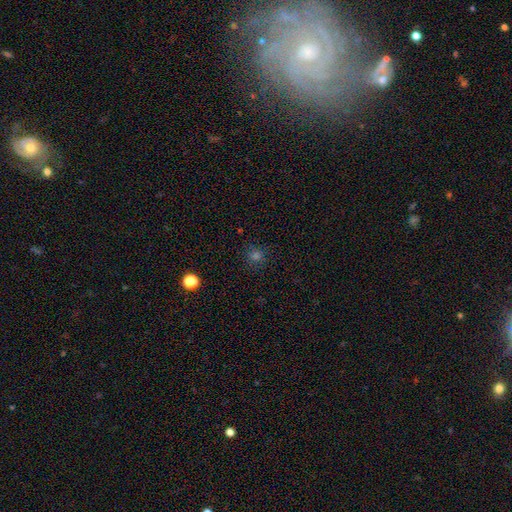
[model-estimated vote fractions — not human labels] Overall: smooth (70%). How rounded: round (92%). Merging: none (89%).